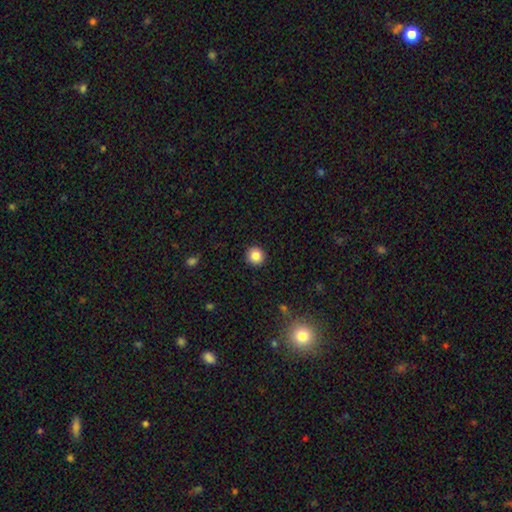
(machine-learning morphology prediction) type=smooth (85%); roundness=round (94%); merging=none (92%).